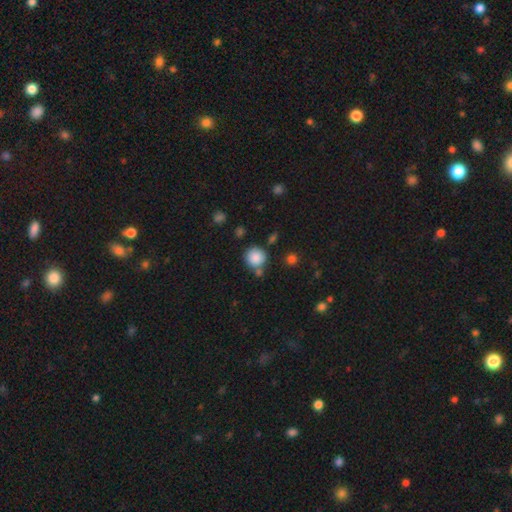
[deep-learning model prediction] This appears to be a smooth galaxy with no disk features (86%) that is round (91%). Merging: none (71%).